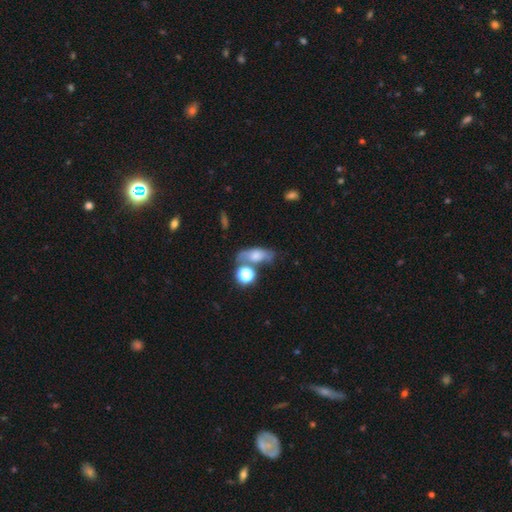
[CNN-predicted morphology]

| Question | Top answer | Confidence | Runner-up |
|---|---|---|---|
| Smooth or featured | smooth | 55% | featured or disk (31%) |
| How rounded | in between | 67% | round (19%) |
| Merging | none | 47% | minor disturbance (21%) |